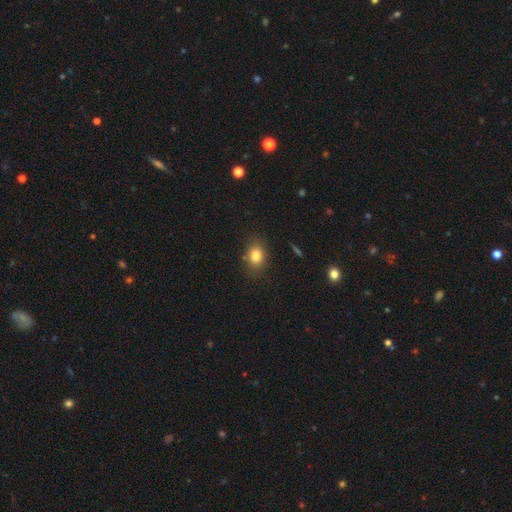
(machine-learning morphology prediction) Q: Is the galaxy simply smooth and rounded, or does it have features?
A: smooth — 82%.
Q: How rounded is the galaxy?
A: in between — 66%.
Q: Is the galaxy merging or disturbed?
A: none — 81%.